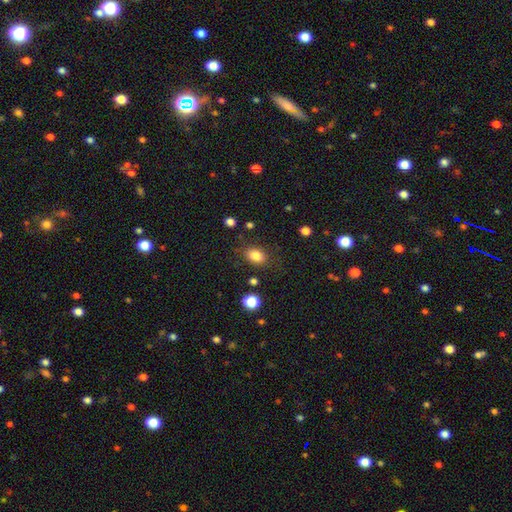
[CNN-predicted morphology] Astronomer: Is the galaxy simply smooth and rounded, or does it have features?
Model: smooth — 83%.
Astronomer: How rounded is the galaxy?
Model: in between — 68%.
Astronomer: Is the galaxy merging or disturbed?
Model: none — 79%.